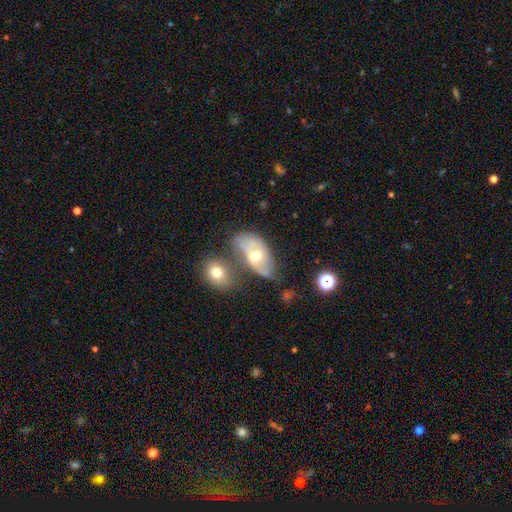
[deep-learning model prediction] This is possibly a featured or disk galaxy (48%). Merging: marginally none (32%).